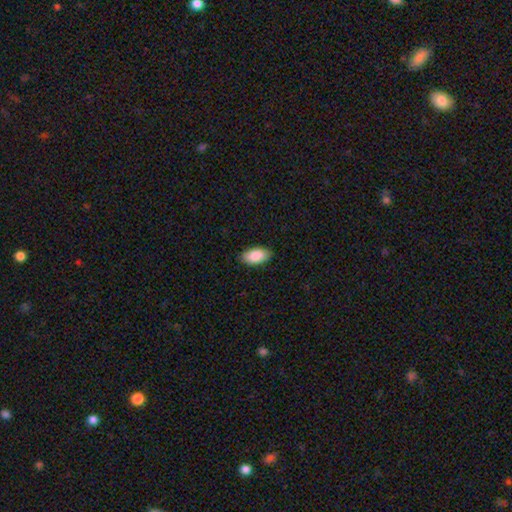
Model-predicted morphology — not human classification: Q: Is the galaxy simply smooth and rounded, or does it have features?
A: smooth — 90%.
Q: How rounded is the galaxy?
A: in between — 95%.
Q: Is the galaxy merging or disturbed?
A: none — 87%.